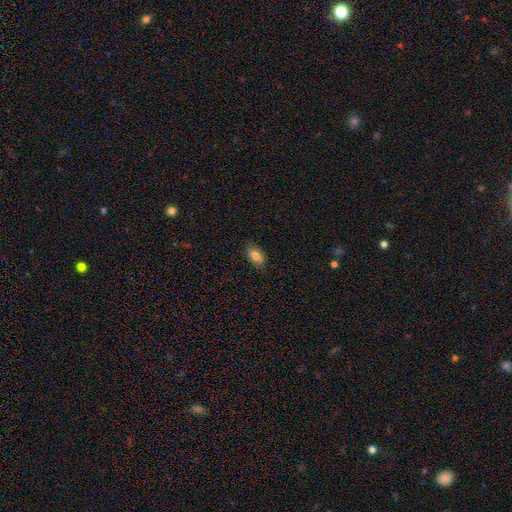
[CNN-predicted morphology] Smooth or featured? smooth (83%)
How rounded? in between (89%)
Merging? none (80%)